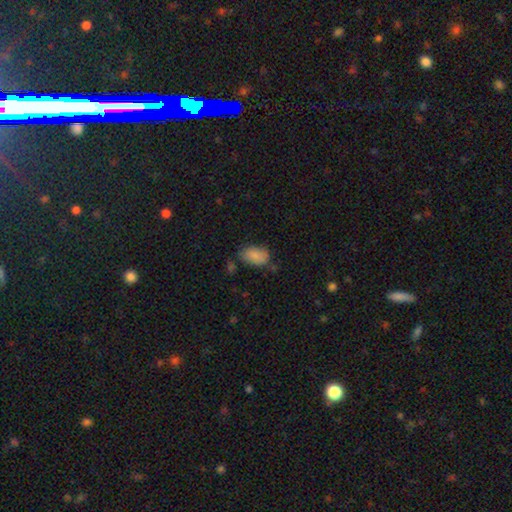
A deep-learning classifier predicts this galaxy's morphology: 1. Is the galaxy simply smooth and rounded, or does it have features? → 86% smooth, 8% star or artifact, 6% featured or disk.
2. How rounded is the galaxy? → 91% in between, 8% round, 1% cigar-shaped.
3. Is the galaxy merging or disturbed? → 66% none, 24% minor disturbance, 5% major disturbance, 4% merger.